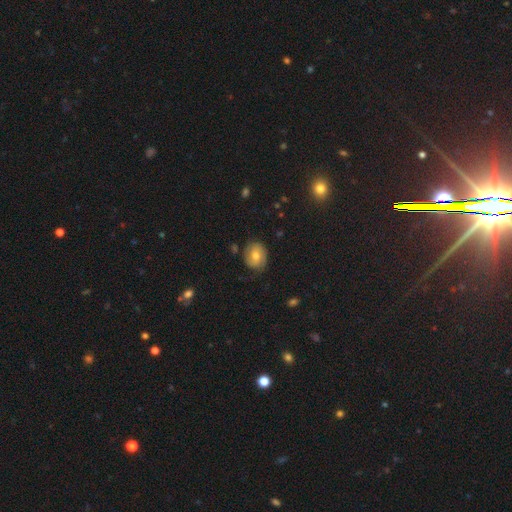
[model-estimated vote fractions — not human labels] This is possibly a smooth galaxy (49%). Merging: likely none (77%).